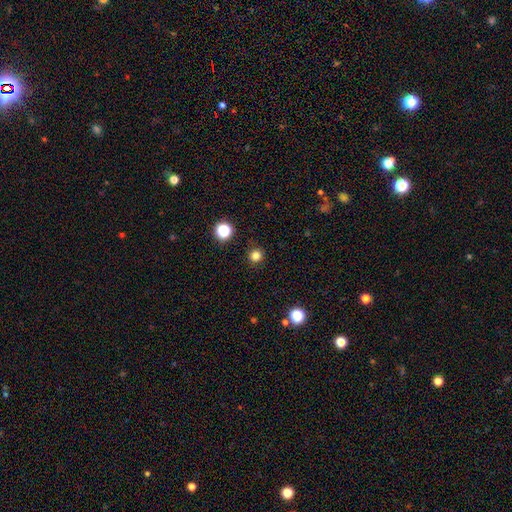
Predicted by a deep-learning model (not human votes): Smooth or featured: smooth — 81% (star or artifact — 15%)
How rounded: round — 94% (in between — 5%)
Merging: none — 91% (minor disturbance — 5%)